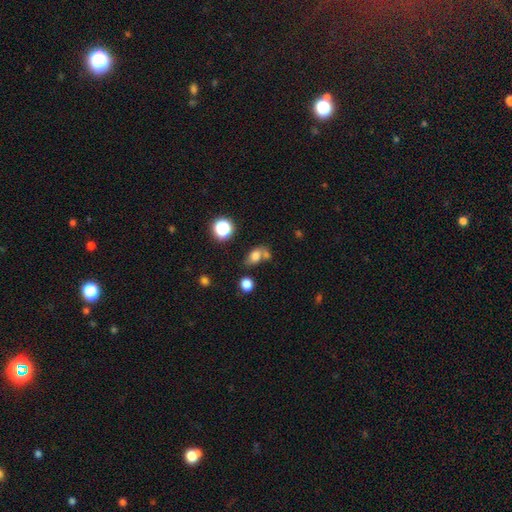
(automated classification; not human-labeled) Smooth or featured? Predicted: smooth (p=0.73). How rounded? Predicted: in between (p=0.71). Merging? Predicted: none (p=0.46).